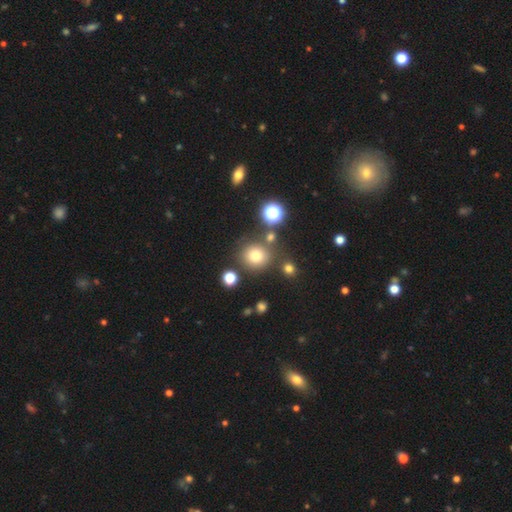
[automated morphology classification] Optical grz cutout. It shows a smooth galaxy with no disk features (74%) that is round (89%). Merging: none (77%).